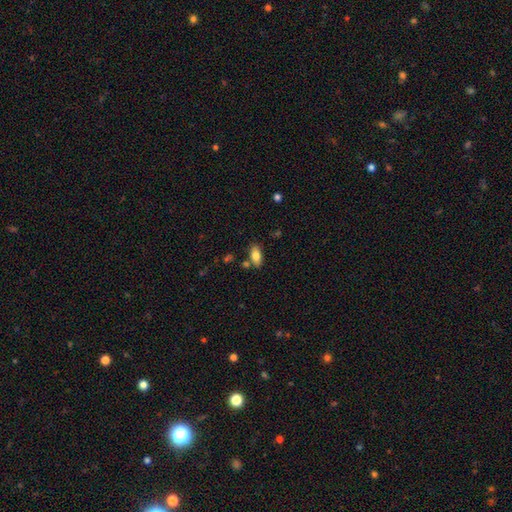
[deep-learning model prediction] Smooth or featured? Predicted: smooth (p=0.81). How rounded? Predicted: in between (p=0.89). Merging? Predicted: none (p=0.76).